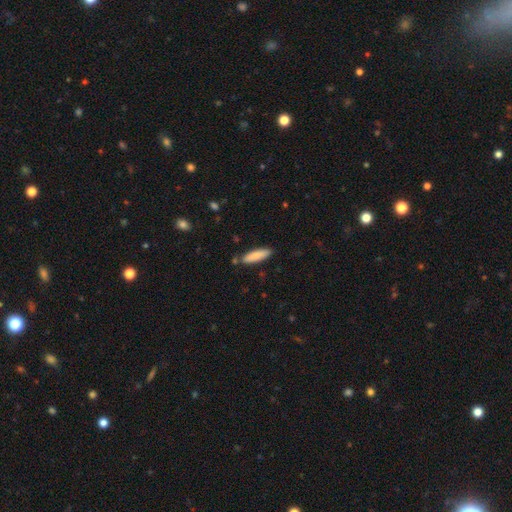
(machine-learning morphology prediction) Overall: smooth (85%). How rounded: cigar-shaped (61%; in between 37%). Merging: none (84%).